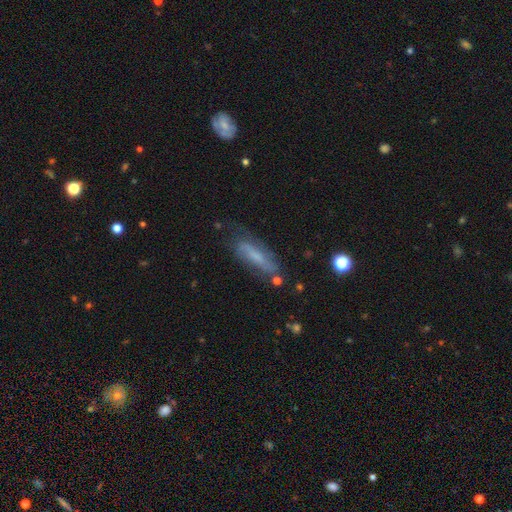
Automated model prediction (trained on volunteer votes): This appears to be a featured or disk galaxy (46%). Merging: none (66%).